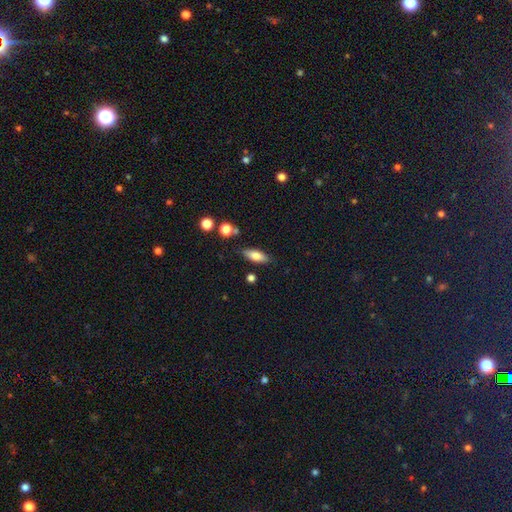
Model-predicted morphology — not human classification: smooth 75%, featured or disk 17%, star or artifact 8%. Down the decision tree: how rounded — in between (71%); merging — none (81%).